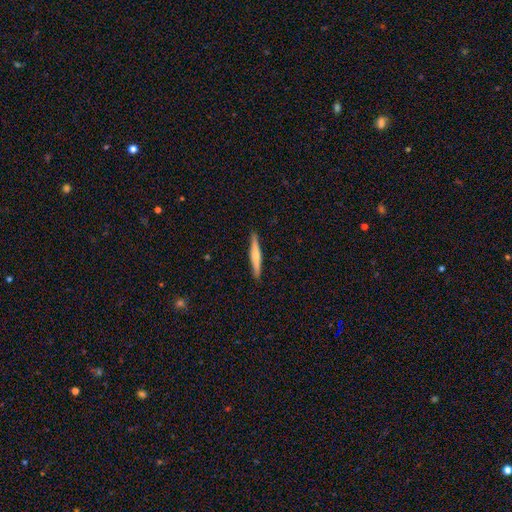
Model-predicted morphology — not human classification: A smooth galaxy with no disk features (49%).

Vote fractions:
- Smooth or featured? smooth: 49% / featured or disk: 46% / star or artifact: 5%
- Merging? none: 91% / minor disturbance: 6% / major disturbance: 1% / merger: 1%